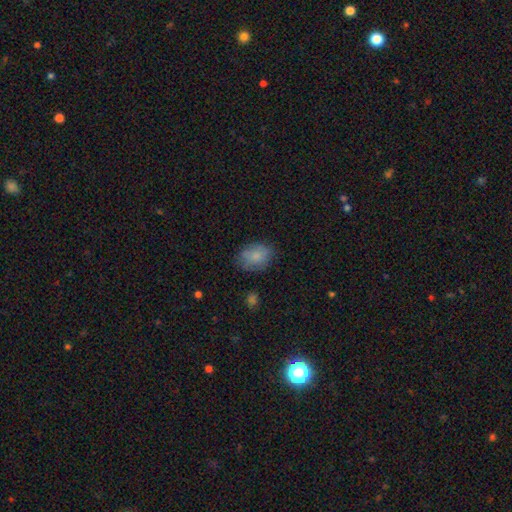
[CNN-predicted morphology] A smooth galaxy with no disk features (81%) that is in between round and cigar-shaped (66%).

Vote fractions:
- Smooth or featured? smooth: 81% / featured or disk: 11% / star or artifact: 8%
- How rounded? in between: 66% / round: 33% / cigar-shaped: 1%
- Merging? none: 74% / minor disturbance: 19% / major disturbance: 5% / merger: 2%